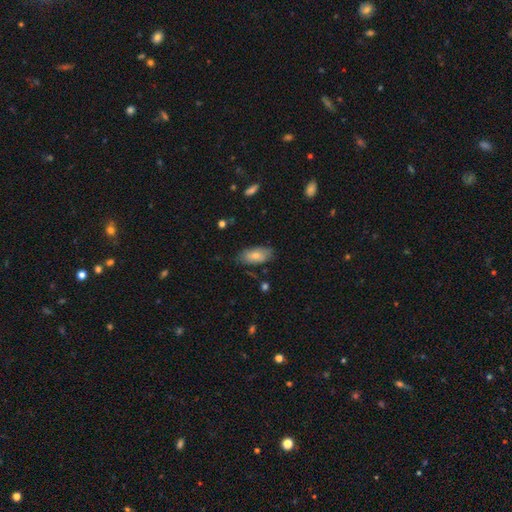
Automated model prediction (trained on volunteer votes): A smooth galaxy with no disk features (76%) that is in between round and cigar-shaped (91%). Merging: none (72%).